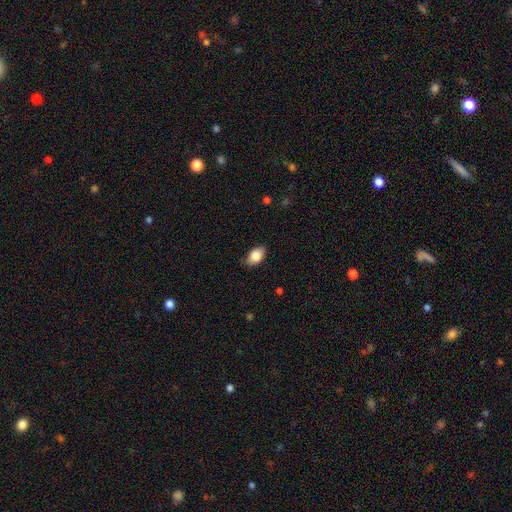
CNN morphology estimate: smooth-or-featured: smooth: 84% | featured or disk: 9% | star or artifact: 7%
  how-rounded: in between: 89% | round: 9% | cigar-shaped: 2%
  merging: none: 83% | minor disturbance: 14% | major disturbance: 2% | merger: 1%